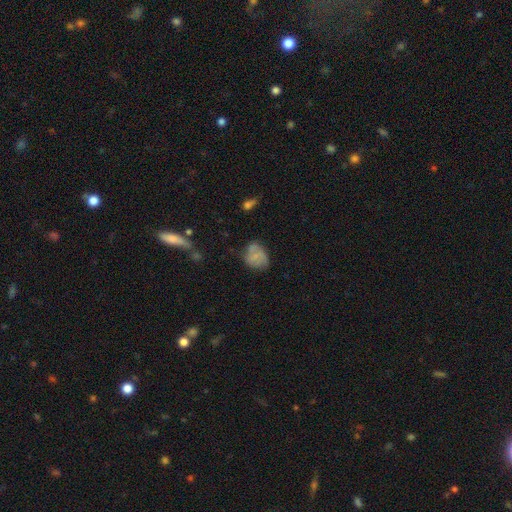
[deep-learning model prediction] Q: Smooth or featured?
A: smooth (55%); runner-up: featured or disk (35%)
Q: How rounded?
A: in between (53%); runner-up: round (46%)
Q: Merging?
A: none (53%); runner-up: minor disturbance (31%)